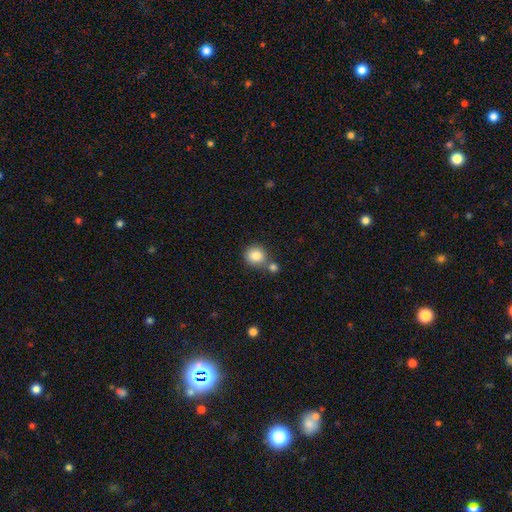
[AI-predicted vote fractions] Q: Smooth or featured?
A: smooth (86%); runner-up: star or artifact (9%)
Q: How rounded?
A: round (84%); runner-up: in between (15%)
Q: Merging?
A: none (58%); runner-up: merger (26%)